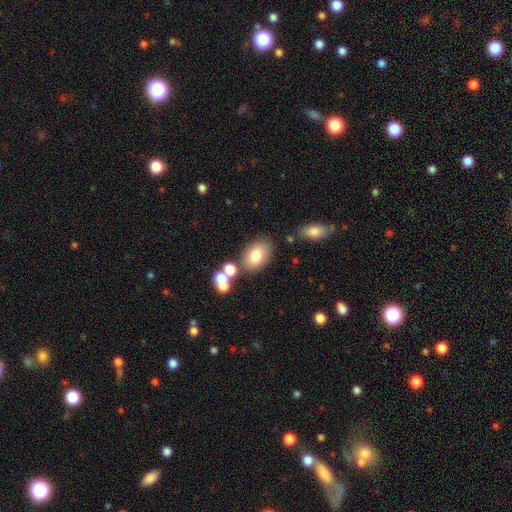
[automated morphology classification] A smooth galaxy with no disk features (78%) that is in between round and cigar-shaped (85%). Merging: none (70%).